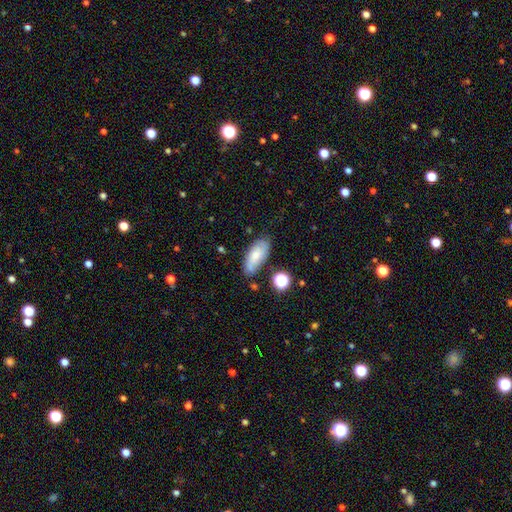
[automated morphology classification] Q: Smooth or featured?
A: smooth (67%); runner-up: featured or disk (24%)
Q: How rounded?
A: in between (84%); runner-up: cigar-shaped (12%)
Q: Merging?
A: none (69%); runner-up: minor disturbance (20%)